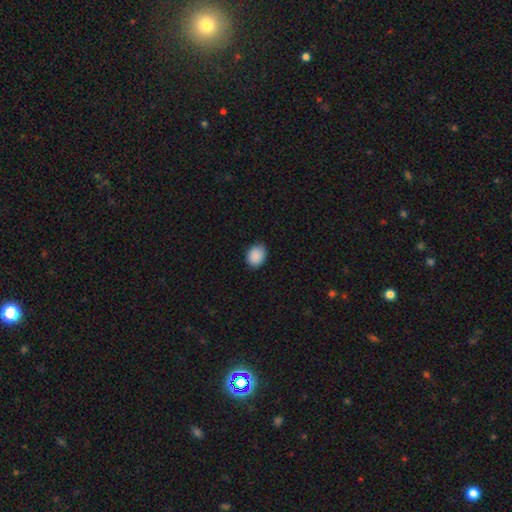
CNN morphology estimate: The model was most divided on "how rounded": round: 50%, in between: 49%, cigar-shaped: 1%. More confident: smooth or featured — smooth (90%); merging — none (80%).